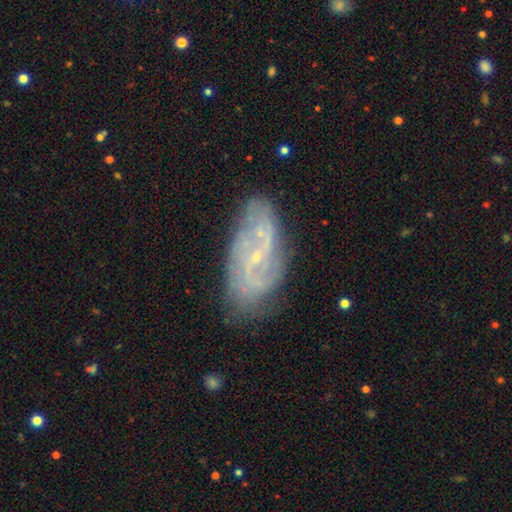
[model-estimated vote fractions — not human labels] The model was most divided on "bar": no: 48%, weak: 41%, strong: 11%. Remaining: edge-on disk — no (94%); spiral arms — yes (89%); bulge size — small (84%); smooth or featured — featured or disk (79%); merging — none (73%); spiral winding — medium (41%); spiral arm count — 2 (39%).